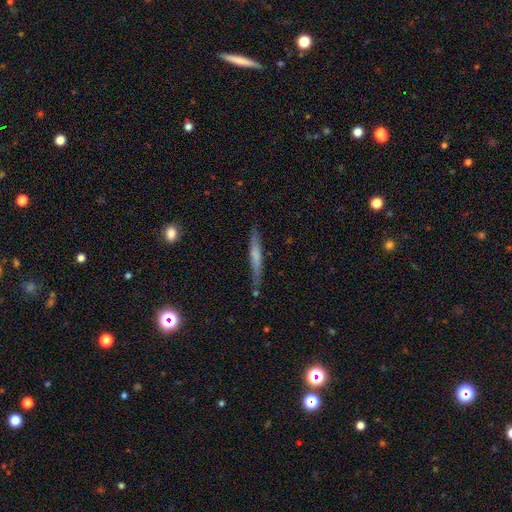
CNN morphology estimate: The model was most divided on "smooth or featured": smooth: 49%, featured or disk: 44%, star or artifact: 7%. More confident: merging — none (81%).